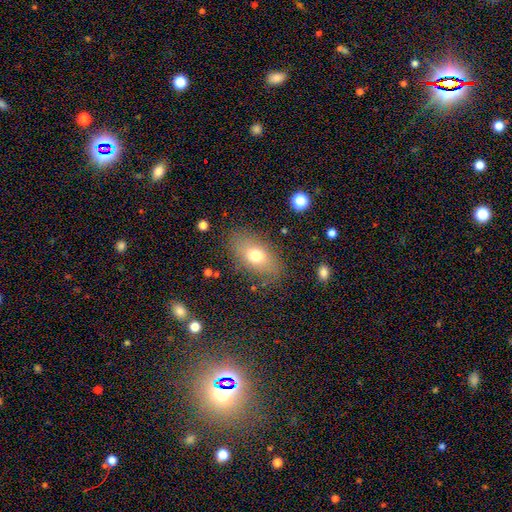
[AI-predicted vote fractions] Smooth or featured?
  - smooth: 70% *
  - featured or disk: 20%
  - star or artifact: 11%
How rounded?
  - in between: 85% *
  - round: 12%
  - cigar-shaped: 3%
Merging?
  - none: 79% *
  - minor disturbance: 14%
  - major disturbance: 6%
  - merger: 2%